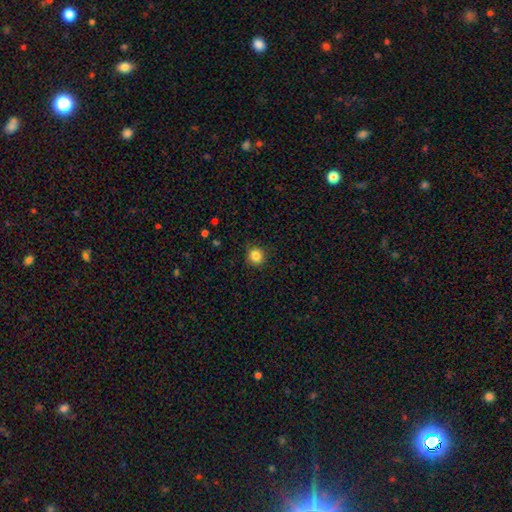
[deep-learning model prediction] Q: Smooth or featured?
A: smooth (84%); runner-up: star or artifact (11%)
Q: How rounded?
A: round (92%); runner-up: in between (7%)
Q: Merging?
A: none (89%); runner-up: minor disturbance (8%)